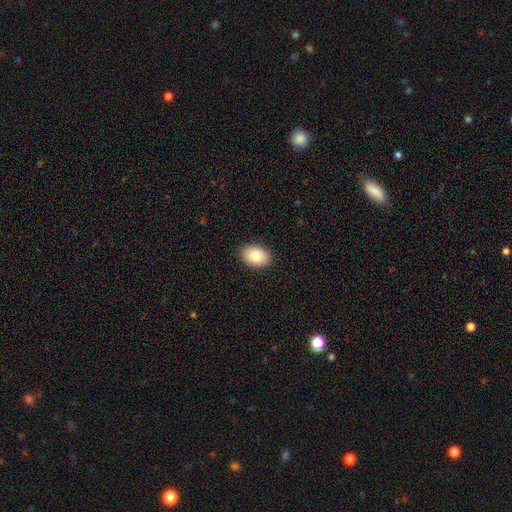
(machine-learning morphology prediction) This is clearly a smooth galaxy (80%). How rounded: likely in between (76%). Merging: clearly none (90%).